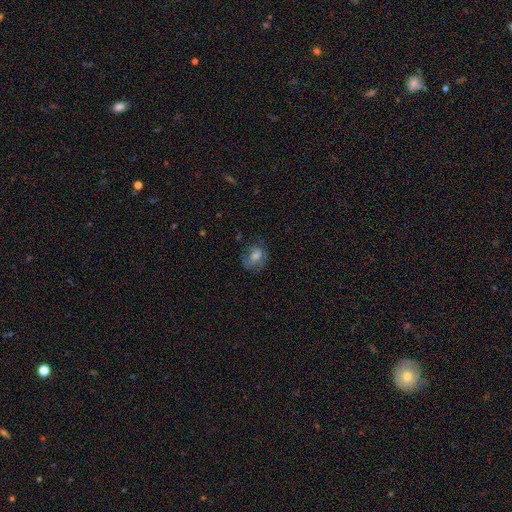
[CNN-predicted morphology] A smooth galaxy with no disk features (48%).

Vote fractions:
- Smooth or featured? smooth: 48% / featured or disk: 35% / star or artifact: 17%
- Merging? none: 66% / minor disturbance: 21% / major disturbance: 11% / merger: 2%